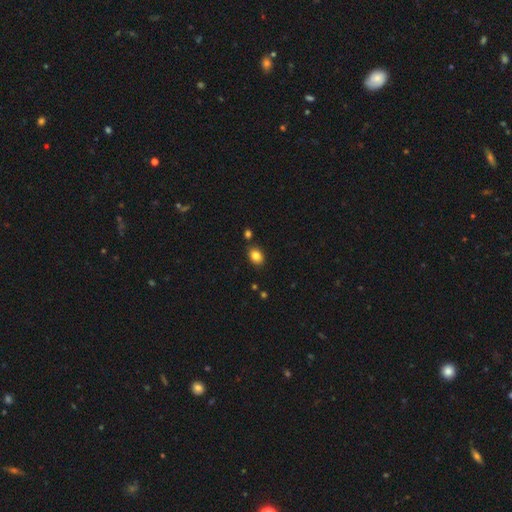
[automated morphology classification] smooth 84%, star or artifact 10%, featured or disk 6%. Down the decision tree: how rounded — in between (62%); merging — none (82%).